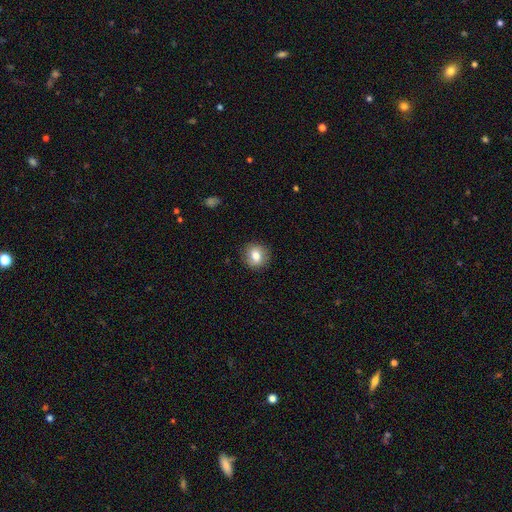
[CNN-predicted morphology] type=smooth (77%); roundness=round (82%); merging=none (88%).